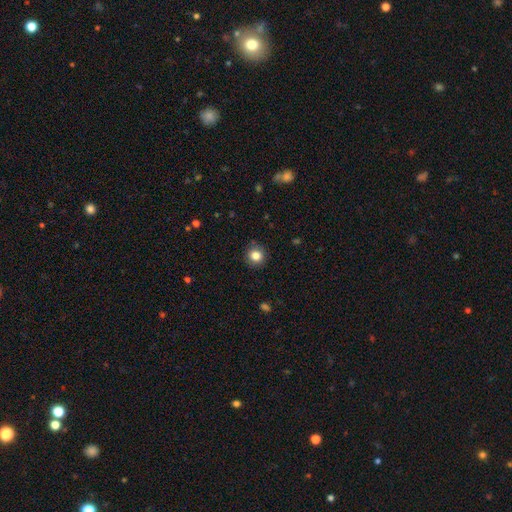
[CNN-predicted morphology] smooth 84%, star or artifact 10%, featured or disk 6%. Down the decision tree: how rounded — round (89%); merging — none (87%).